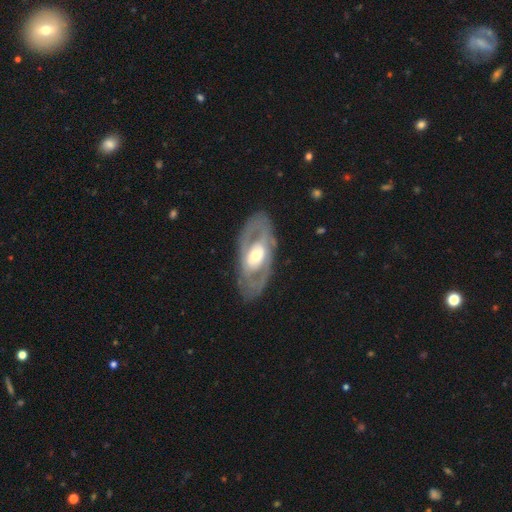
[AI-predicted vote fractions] featured or disk 77%, smooth 19%, star or artifact 4%. Down the decision tree: edge-on disk — no (91%); bar — no (58%); spiral arms — yes (58%); bulge size — moderate (64%); merging — none (80%).